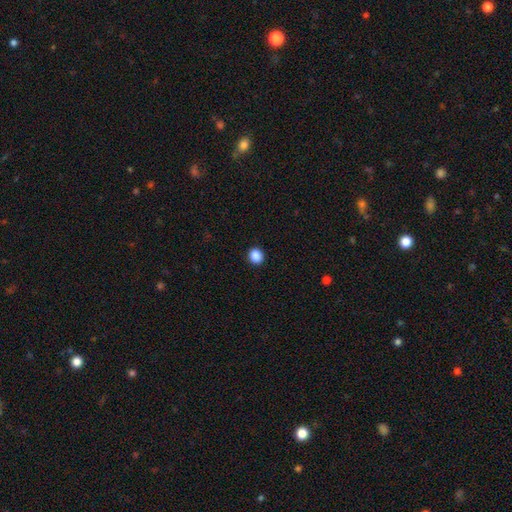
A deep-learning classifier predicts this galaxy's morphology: A smooth galaxy with no disk features (88%) that is round (83%). Merging: none (93%).